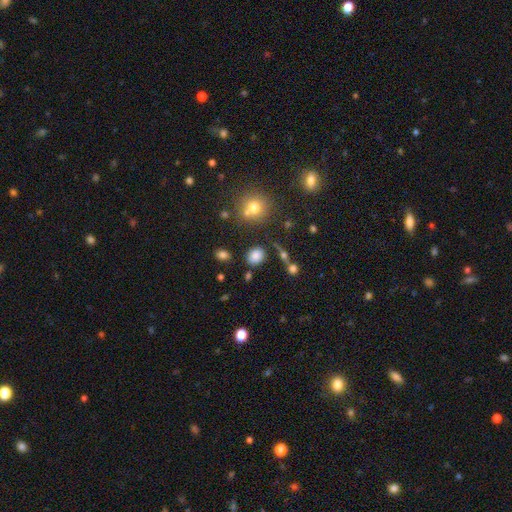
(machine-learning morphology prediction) smooth_or_featured: smooth (p=0.79) [alt: star or artifact p=0.14]
how_rounded: round (p=0.51) [alt: in between p=0.47]
merging: none (p=0.76) [alt: minor disturbance p=0.13]